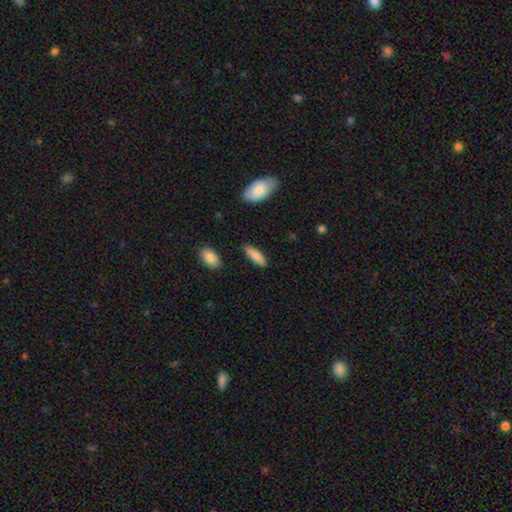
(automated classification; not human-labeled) This is clearly a smooth galaxy (83%). How rounded: possibly in between (50%). Merging: clearly none (84%).